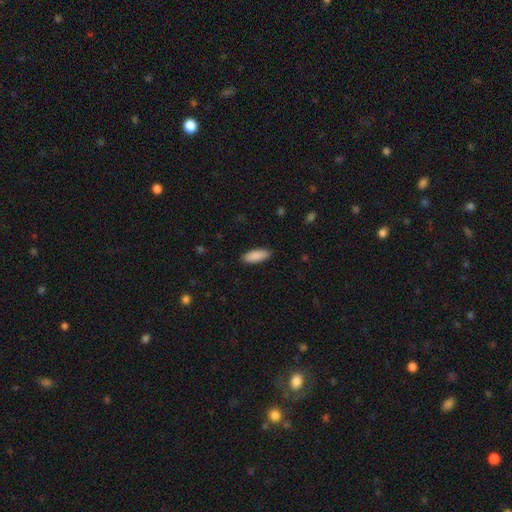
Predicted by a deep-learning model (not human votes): Smooth or featured? Predicted: smooth (p=0.90). How rounded? Predicted: in between (p=0.73). Merging? Predicted: none (p=0.88).